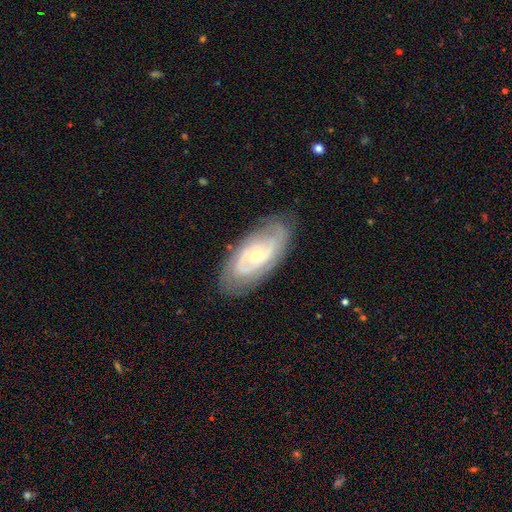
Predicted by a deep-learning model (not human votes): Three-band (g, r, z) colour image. It shows a featured or disk galaxy (80%) with no bar (63%), 2 (49%) tight (56%) spiral arms (87%) and a small central bulge (55%). Merging: none (79%).